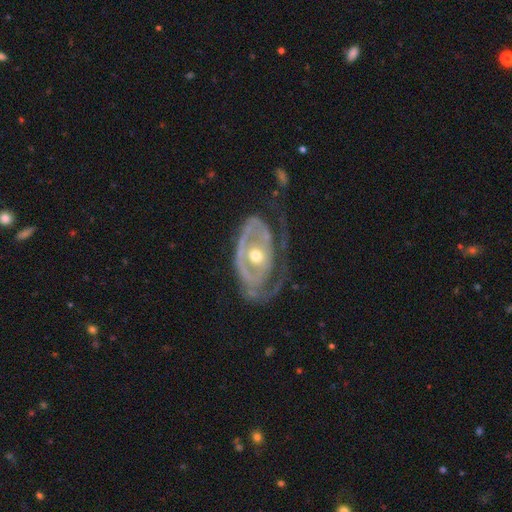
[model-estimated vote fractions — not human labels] Smooth or featured? featured or disk (81%)
Edge-on disk? no (95%)
Bar? no (77%)
Spiral arms? yes (67%)
Spiral winding? tight (51%)
Spiral arm count? 1 (40%)
Bulge size? moderate (70%)
Merging? none (42%)